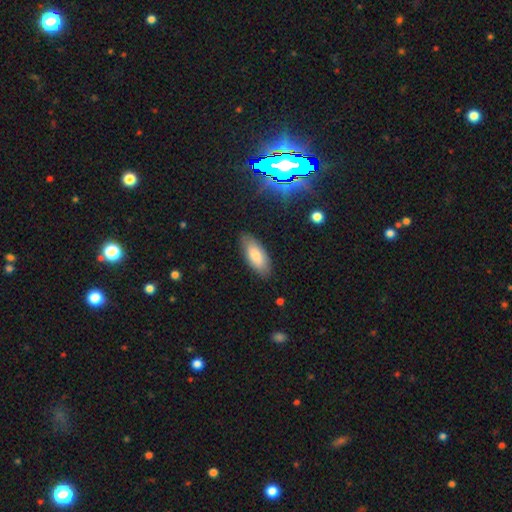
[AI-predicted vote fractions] Smooth or featured? smooth (80%)
How rounded? in between (85%)
Merging? none (84%)